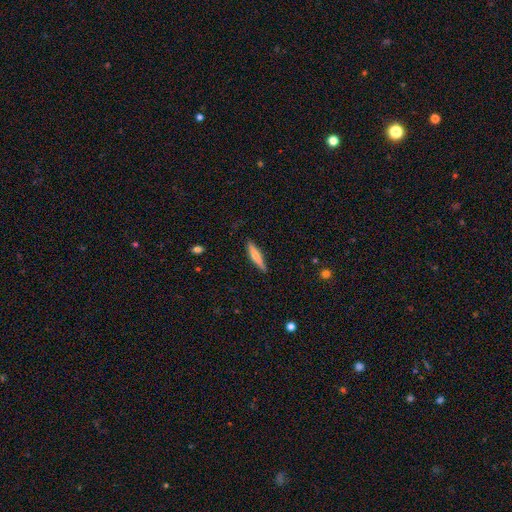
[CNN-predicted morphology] Smooth or featured: smooth — 57% (featured or disk — 37%)
How rounded: cigar-shaped — 88% (in between — 10%)
Merging: none — 86% (minor disturbance — 10%)